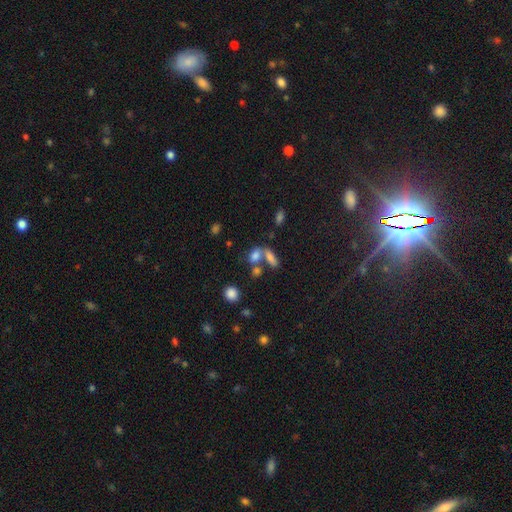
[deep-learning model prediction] Q: Smooth or featured?
A: smooth (73%); runner-up: star or artifact (14%)
Q: How rounded?
A: in between (73%); runner-up: round (17%)
Q: Merging?
A: merger (42%); runner-up: none (40%)